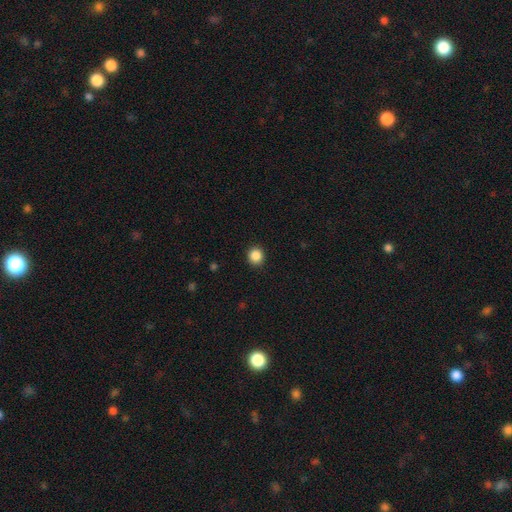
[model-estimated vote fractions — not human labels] A smooth galaxy with no disk features (87%) that is round (91%). Merging: none (92%).